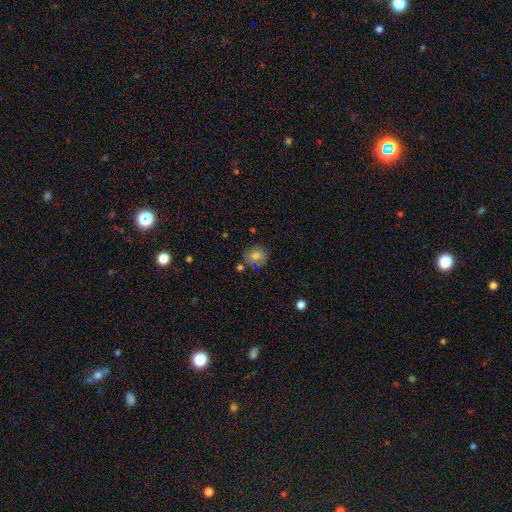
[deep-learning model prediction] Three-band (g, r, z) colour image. It shows a smooth galaxy with no disk features (77%) that is round (75%). Merging: none (71%).